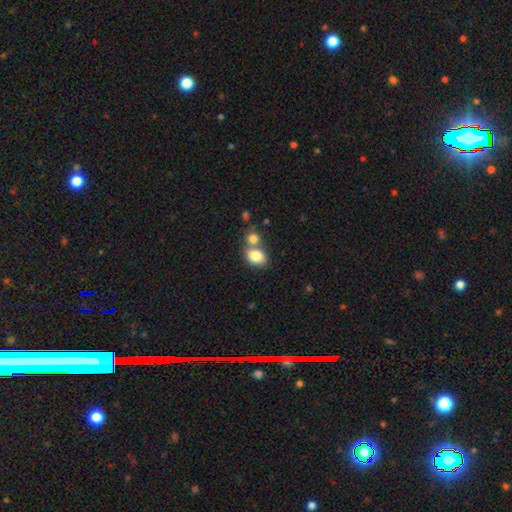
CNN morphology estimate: A smooth galaxy with no disk features (82%) that is in between round and cigar-shaped (65%).

Vote fractions:
- Smooth or featured? smooth: 82% / featured or disk: 9% / star or artifact: 9%
- How rounded? in between: 65% / round: 34% / cigar-shaped: 1%
- Merging? merger: 44% / none: 43% / minor disturbance: 10% / major disturbance: 3%